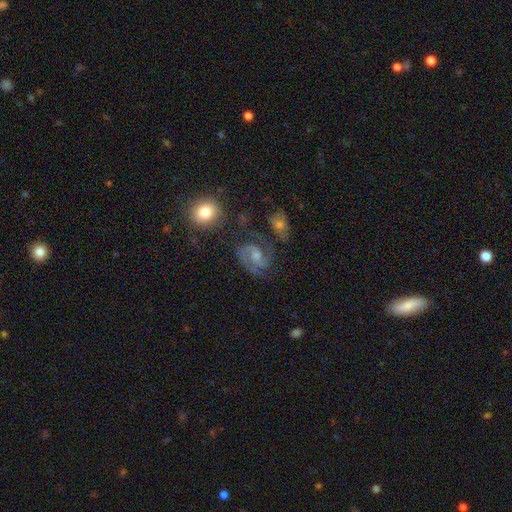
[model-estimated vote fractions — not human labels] Overall: featured or disk (82%). Edge-on disk: no (98%). Bar: weak (47%; no 42%). Spiral arms: yes (96%). Spiral arm count: 2 (87%). Spiral winding: medium (55%; tight 33%). Bulge size: moderate (48%; small 40%). Merging: none (68%).